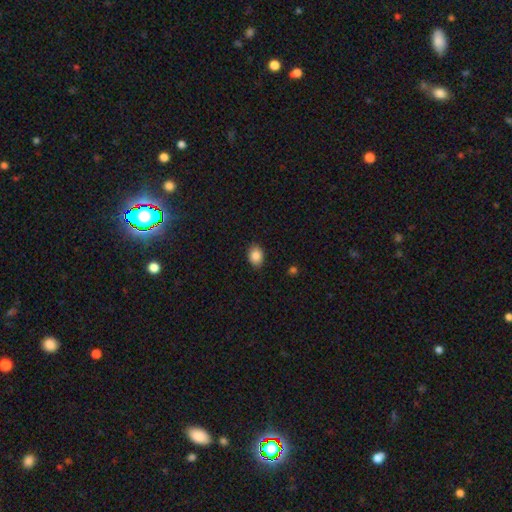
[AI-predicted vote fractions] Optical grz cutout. It shows a smooth galaxy with no disk features (87%) that is in between round and cigar-shaped (70%). Merging: none (87%).